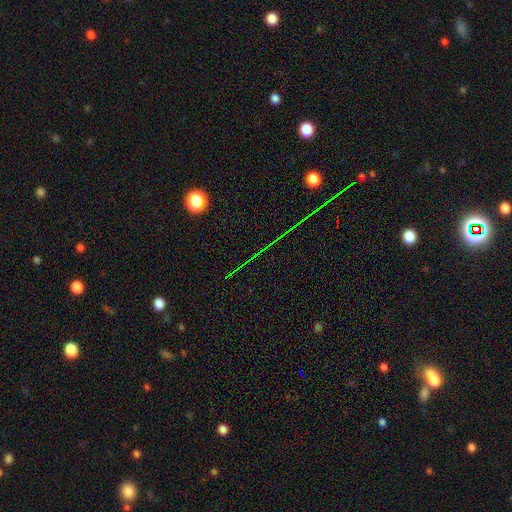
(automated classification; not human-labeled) star or artifact 77%, featured or disk 12%, smooth 11%.